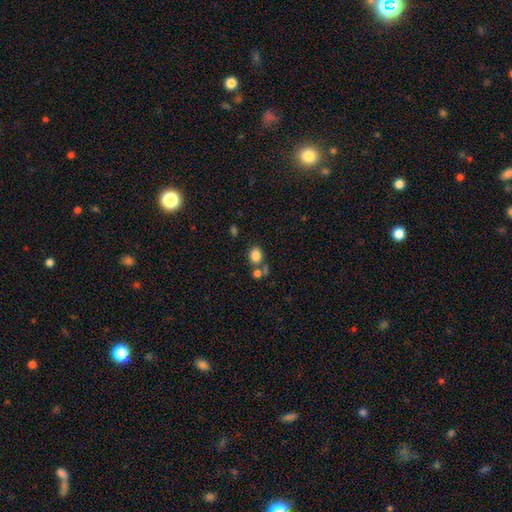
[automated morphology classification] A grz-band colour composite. It shows a smooth galaxy with no disk features (83%) that is round (58%). Merging: none (65%).